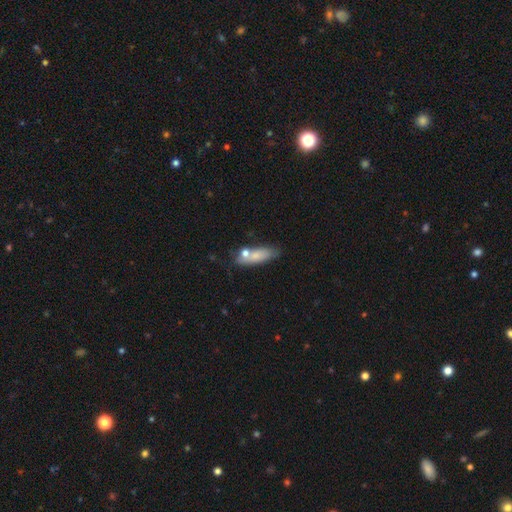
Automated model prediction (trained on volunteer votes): Smooth or featured?
  - smooth: 73% *
  - featured or disk: 20%
  - star or artifact: 8%
How rounded?
  - in between: 60% *
  - cigar-shaped: 36%
  - round: 4%
Merging?
  - none: 58% *
  - minor disturbance: 19%
  - merger: 17%
  - major disturbance: 6%